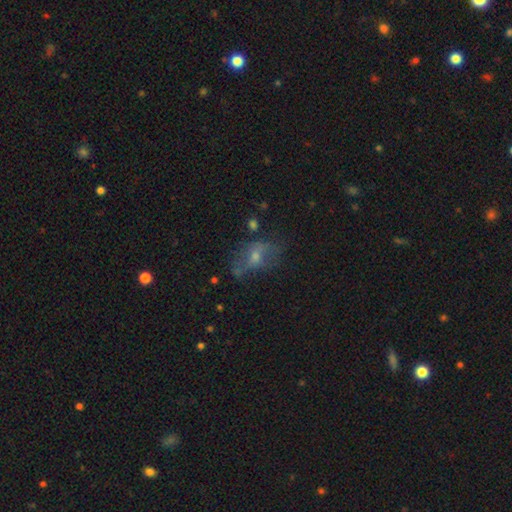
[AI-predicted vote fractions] smooth_or_featured: featured or disk (p=0.46) [alt: smooth p=0.37]
merging: none (p=0.48) [alt: minor disturbance p=0.24]